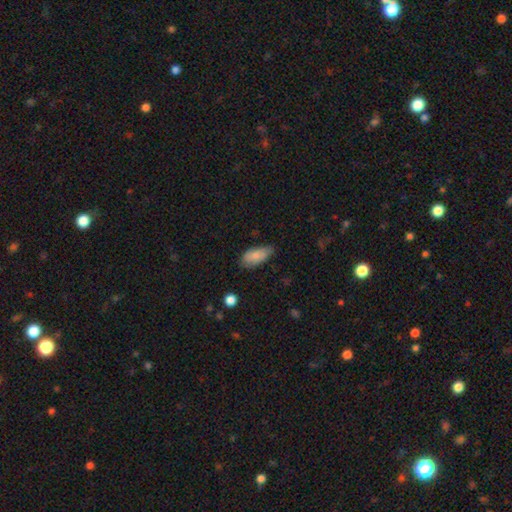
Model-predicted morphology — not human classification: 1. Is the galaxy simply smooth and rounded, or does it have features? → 77% smooth, 17% featured or disk, 6% star or artifact.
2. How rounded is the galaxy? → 90% in between, 7% cigar-shaped, 3% round.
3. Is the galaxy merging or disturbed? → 60% none, 33% minor disturbance, 6% major disturbance, 2% merger.